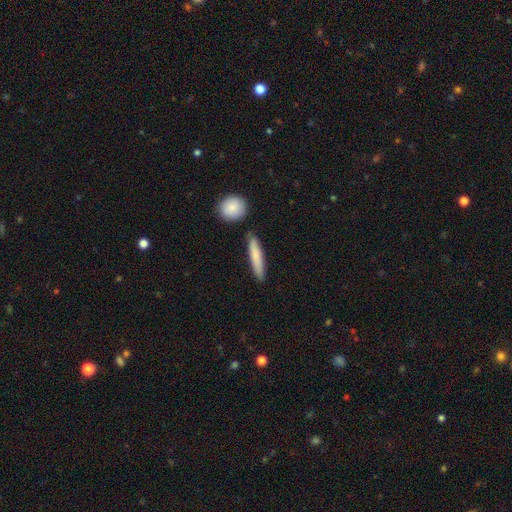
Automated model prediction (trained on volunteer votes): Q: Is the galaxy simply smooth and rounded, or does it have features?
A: smooth — 77%.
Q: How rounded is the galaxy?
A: cigar-shaped — 89%.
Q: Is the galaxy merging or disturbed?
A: none — 83%.